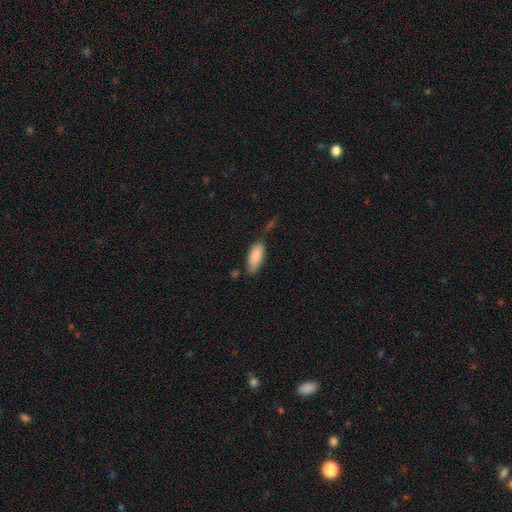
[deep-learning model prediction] A smooth galaxy with no disk features (84%) that is in between round and cigar-shaped (81%).

Vote fractions:
- Smooth or featured? smooth: 84% / featured or disk: 9% / star or artifact: 6%
- How rounded? in between: 81% / cigar-shaped: 18% / round: 2%
- Merging? none: 55% / minor disturbance: 29% / merger: 8% / major disturbance: 8%